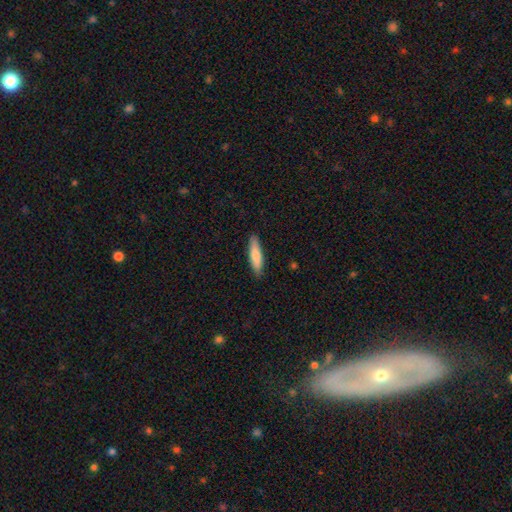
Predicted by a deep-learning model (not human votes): Overall: smooth (79%). How rounded: cigar-shaped (73%). Merging: none (88%).